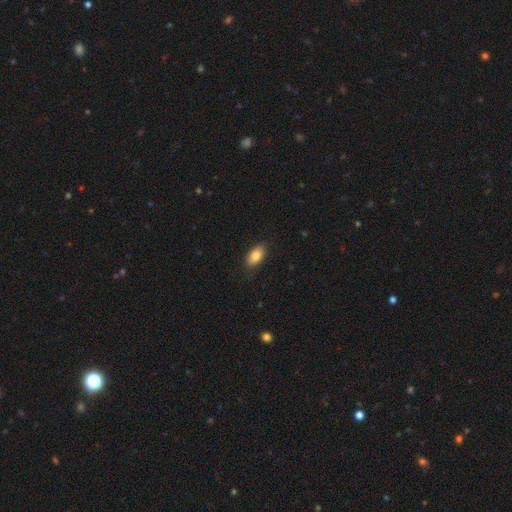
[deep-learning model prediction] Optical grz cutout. It shows a smooth galaxy with no disk features (82%) that is in between round and cigar-shaped (90%). Merging: none (86%).